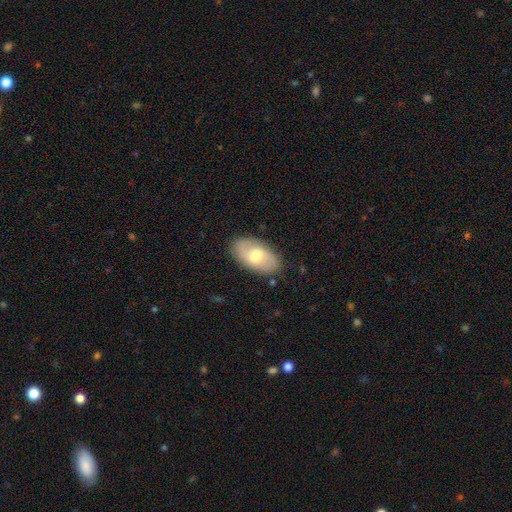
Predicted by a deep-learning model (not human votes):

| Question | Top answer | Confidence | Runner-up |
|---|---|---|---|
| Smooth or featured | smooth | 51% | featured or disk (43%) |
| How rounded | in between | 93% | round (5%) |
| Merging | none | 84% | minor disturbance (12%) |